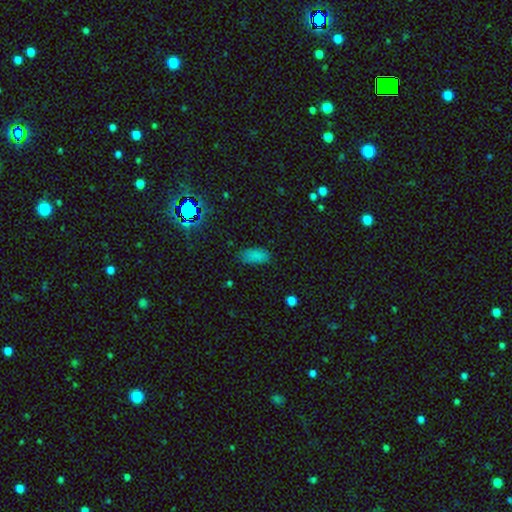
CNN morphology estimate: A smooth galaxy with no disk features (81%) that is in between round and cigar-shaped (91%). Merging: none (76%).